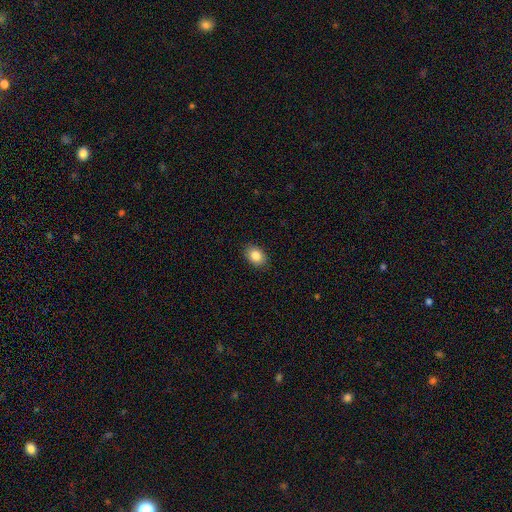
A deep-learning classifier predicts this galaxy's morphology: smooth 86%, star or artifact 8%, featured or disk 6%. Down the decision tree: how rounded — in between (79%); merging — none (88%).